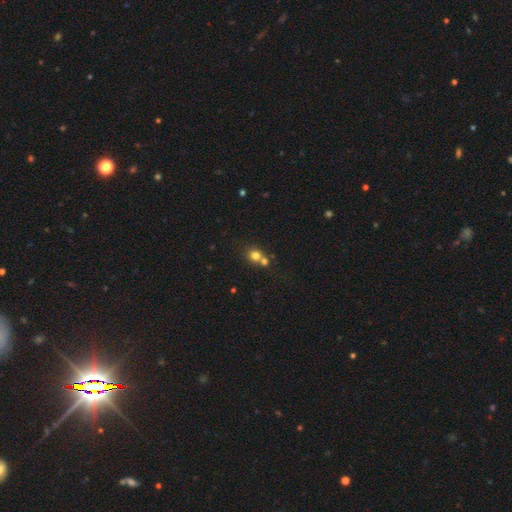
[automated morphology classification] Smooth or featured?
  - smooth: 76% *
  - star or artifact: 14%
  - featured or disk: 10%
How rounded?
  - round: 79% *
  - in between: 20%
  - cigar-shaped: 1%
Merging?
  - merger: 46% *
  - none: 44%
  - minor disturbance: 7%
  - major disturbance: 3%